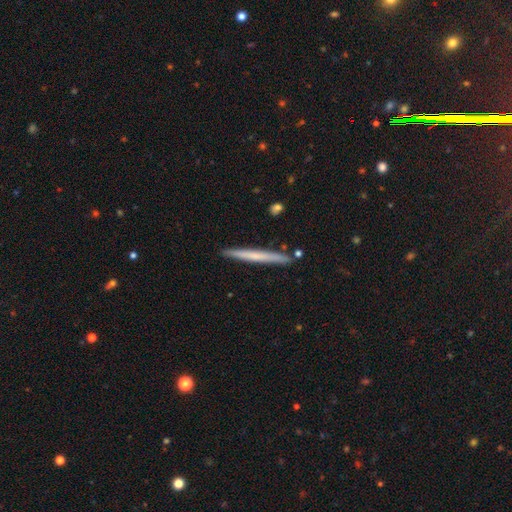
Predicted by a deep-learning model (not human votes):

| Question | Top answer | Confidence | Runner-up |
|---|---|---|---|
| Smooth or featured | smooth | 54% | featured or disk (41%) |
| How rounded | cigar-shaped | 97% | in between (2%) |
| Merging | none | 90% | minor disturbance (7%) |